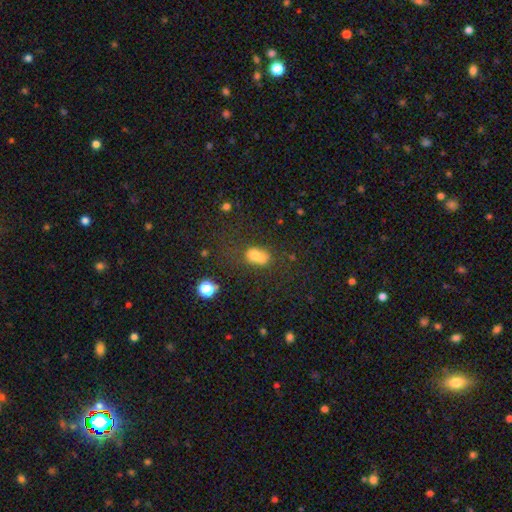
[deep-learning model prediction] Morphology: type=smooth (71%); roundness=in between (76%); merging=none (46%).